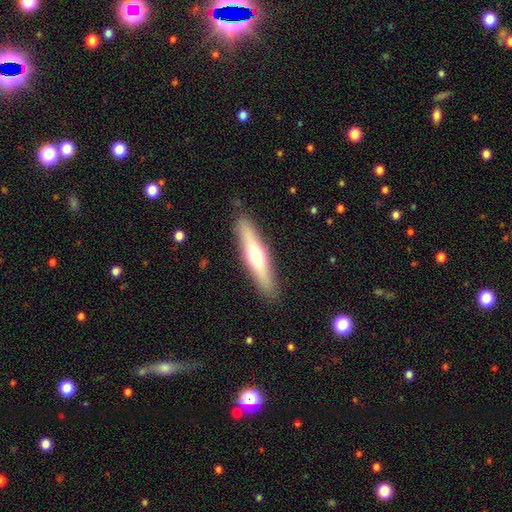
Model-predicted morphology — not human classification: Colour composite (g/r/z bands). It shows a featured or disk galaxy (48%). Merging: none (88%).